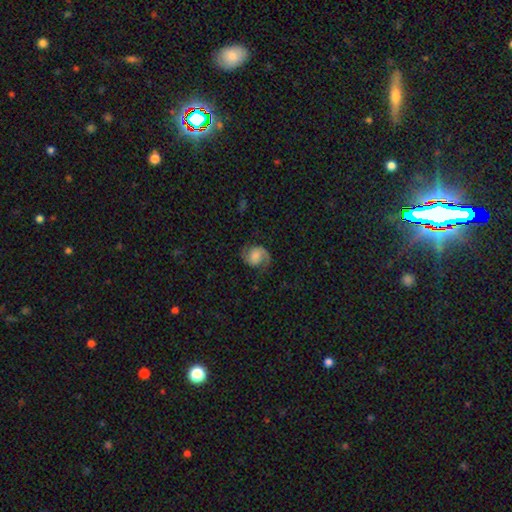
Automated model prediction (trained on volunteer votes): Q: Smooth or featured?
A: featured or disk (73%); runner-up: smooth (19%)
Q: Edge-on disk?
A: no (98%); runner-up: yes (2%)
Q: Bar?
A: no (60%); runner-up: weak (33%)
Q: Spiral arms?
A: yes (96%); runner-up: no (4%)
Q: Spiral winding?
A: medium (49%); runner-up: tight (26%)
Q: Spiral arm count?
A: 2 (80%); runner-up: 1 (14%)
Q: Bulge size?
A: moderate (29%); runner-up: small (27%)
Q: Merging?
A: none (70%); runner-up: minor disturbance (18%)